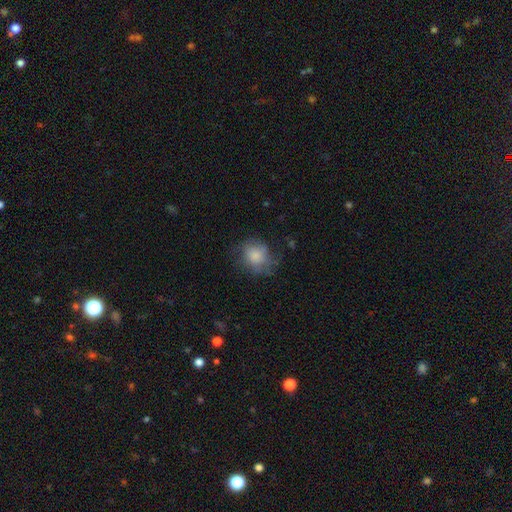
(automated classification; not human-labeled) Smooth or featured: smooth — 75% (featured or disk — 16%)
How rounded: round — 66% (in between — 33%)
Merging: none — 56% (minor disturbance — 27%)